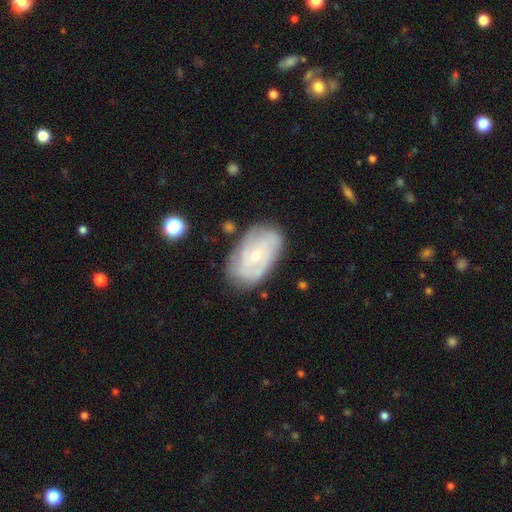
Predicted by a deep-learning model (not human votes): Smooth or featured?
  - featured or disk: 69% *
  - smooth: 25%
  - star or artifact: 6%
Edge-on disk?
  - no: 96% *
  - yes: 4%
Bar?
  - no: 72% *
  - weak: 24%
  - strong: 4%
Spiral arms?
  - yes: 85% *
  - no: 15%
Spiral winding?
  - tight: 58% *
  - medium: 31%
  - loose: 10%
Spiral arm count?
  - can't tell: 41% *
  - 2: 23%
  - 3: 18%
  - 4: 10%
  - more than 4: 4%
  - 1: 4%
Bulge size?
  - small: 75% *
  - moderate: 21%
  - none: 2%
  - large: 1%
  - dominant: 1%
Merging?
  - none: 74% *
  - minor disturbance: 19%
  - major disturbance: 5%
  - merger: 2%